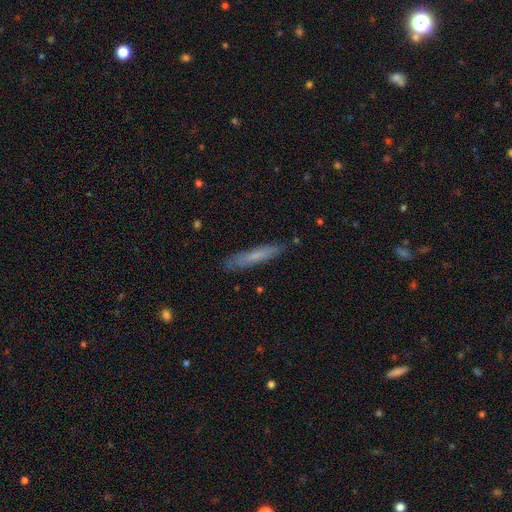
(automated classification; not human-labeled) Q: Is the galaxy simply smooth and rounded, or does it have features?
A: smooth — 61%.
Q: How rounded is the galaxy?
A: cigar-shaped — 91%.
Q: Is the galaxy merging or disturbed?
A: none — 84%.